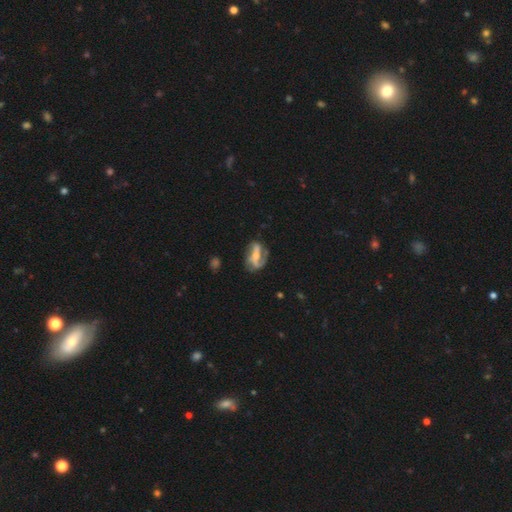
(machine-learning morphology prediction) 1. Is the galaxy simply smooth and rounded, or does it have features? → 80% featured or disk, 14% smooth, 6% star or artifact.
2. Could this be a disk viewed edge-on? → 94% no, 6% yes.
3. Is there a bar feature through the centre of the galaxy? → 46% strong, 30% weak, 23% no.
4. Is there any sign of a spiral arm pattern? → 87% yes, 13% no.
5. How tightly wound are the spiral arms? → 47% loose, 37% medium, 17% tight.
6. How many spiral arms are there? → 73% 2, 9% can't tell, 8% 1, 6% 3, 2% 4, 2% more than 4.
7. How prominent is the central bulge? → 48% moderate, 44% small, 4% none, 3% large, 1% dominant.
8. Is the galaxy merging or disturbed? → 58% none, 22% minor disturbance, 16% major disturbance, 4% merger.